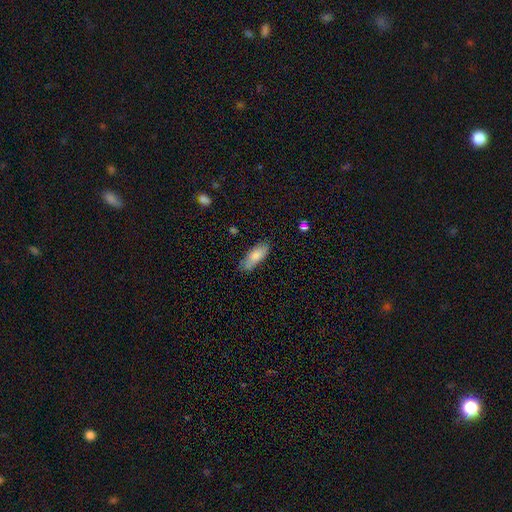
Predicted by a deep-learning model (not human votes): Q: Smooth or featured?
A: smooth (81%); runner-up: featured or disk (12%)
Q: How rounded?
A: in between (66%); runner-up: cigar-shaped (32%)
Q: Merging?
A: none (73%); runner-up: minor disturbance (21%)